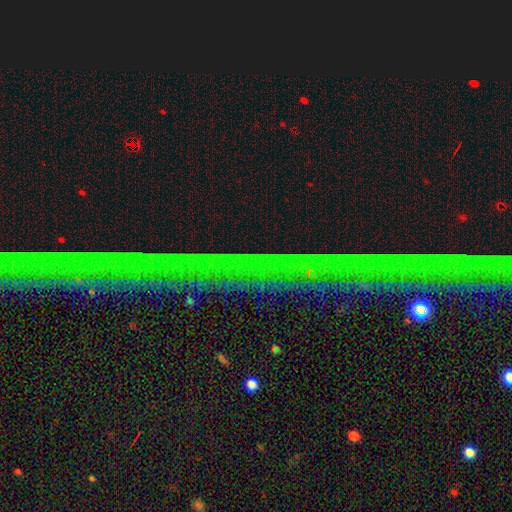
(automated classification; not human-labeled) The model was most divided on "smooth or featured": star or artifact: 85%, featured or disk: 9%, smooth: 6%.